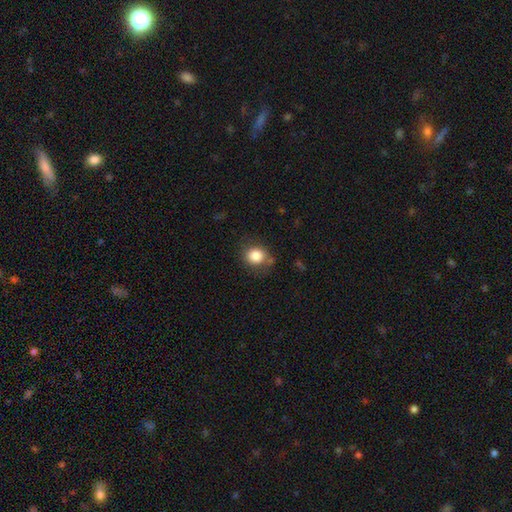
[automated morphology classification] Smooth or featured?
  - smooth: 83% *
  - star or artifact: 10%
  - featured or disk: 7%
How rounded?
  - round: 77% *
  - in between: 22%
  - cigar-shaped: 1%
Merging?
  - none: 74% *
  - minor disturbance: 17%
  - major disturbance: 6%
  - merger: 4%